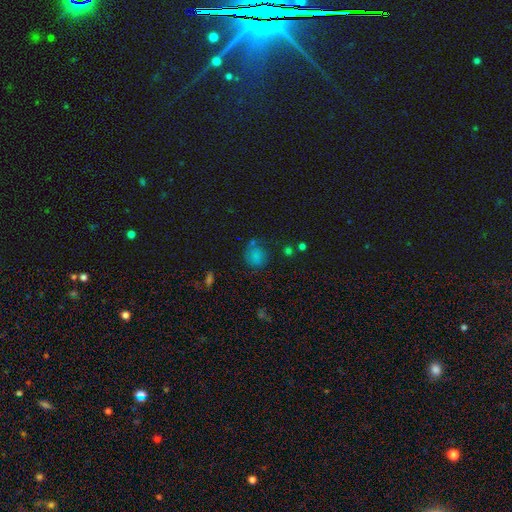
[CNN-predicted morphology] Overall: smooth (58%; star or artifact 29%). How rounded: round (75%). Merging: none (63%).